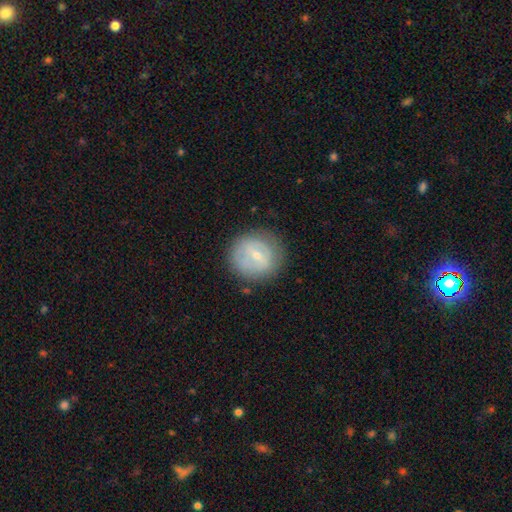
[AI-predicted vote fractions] Overall: featured or disk (46%, tied with smooth). Merging: none (79%).